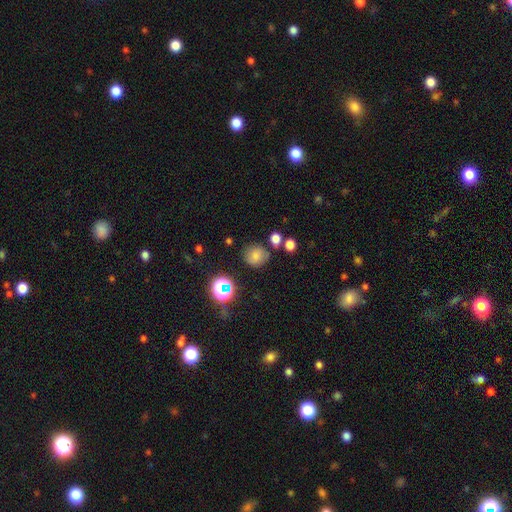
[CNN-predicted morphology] smooth-or-featured: smooth: 71% | star or artifact: 18% | featured or disk: 11%
  how-rounded: round: 81% | in between: 18% | cigar-shaped: 1%
  merging: none: 75% | minor disturbance: 15% | merger: 6% | major disturbance: 5%